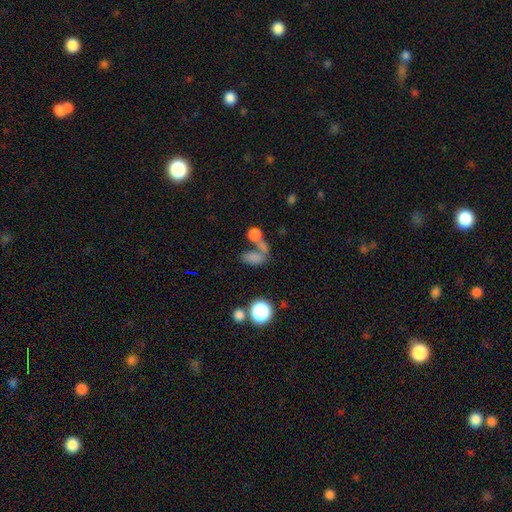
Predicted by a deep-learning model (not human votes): Morphology: type=smooth (71%); roundness=in between (75%); merging=merger (46%).